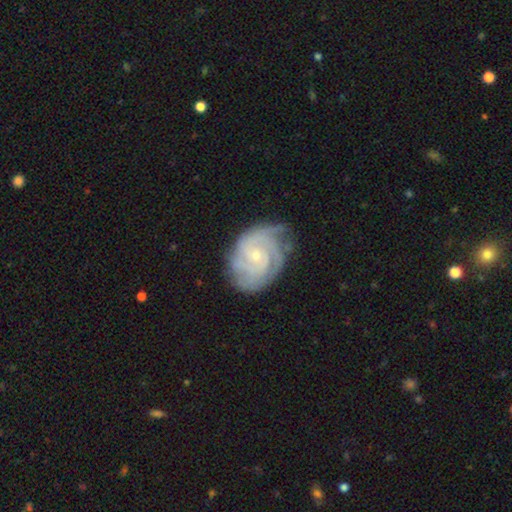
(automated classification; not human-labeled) The model was most divided on "spiral arm count": can't tell: 27%, 3: 25%, 2: 19%, 4: 17%, more than 4: 6%, 1: 6%. More confident: edge-on disk — no (98%); spiral arms — yes (96%); smooth or featured — featured or disk (84%); bulge size — small (74%); bar — no (69%); spiral winding — tight (68%); merging — none (66%).